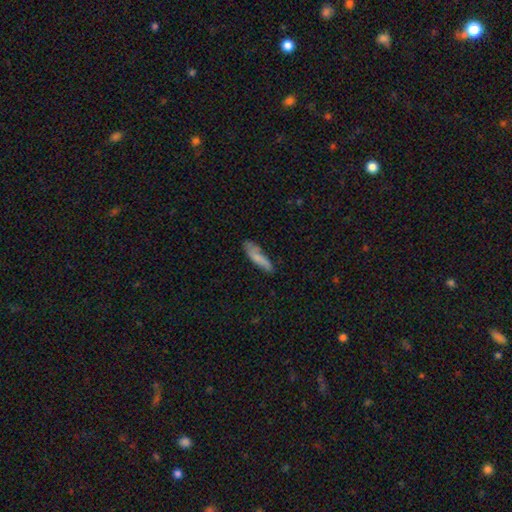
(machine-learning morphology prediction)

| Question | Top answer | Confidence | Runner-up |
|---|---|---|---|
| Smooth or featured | smooth | 72% | featured or disk (21%) |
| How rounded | cigar-shaped | 77% | in between (21%) |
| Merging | none | 71% | minor disturbance (22%) |